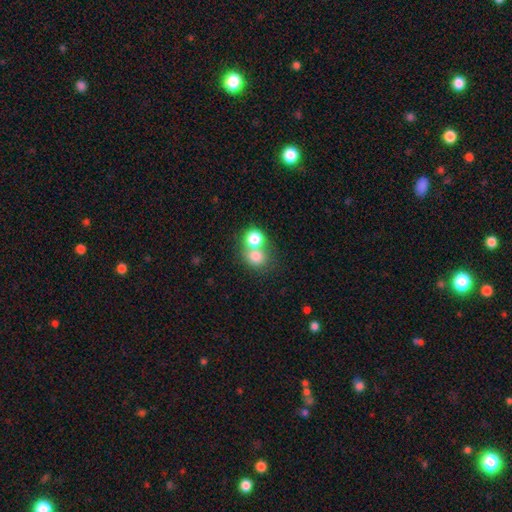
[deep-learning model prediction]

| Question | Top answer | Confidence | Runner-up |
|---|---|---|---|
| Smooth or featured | smooth | 76% | star or artifact (14%) |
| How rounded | round | 78% | in between (21%) |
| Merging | merger | 47% | none (43%) |